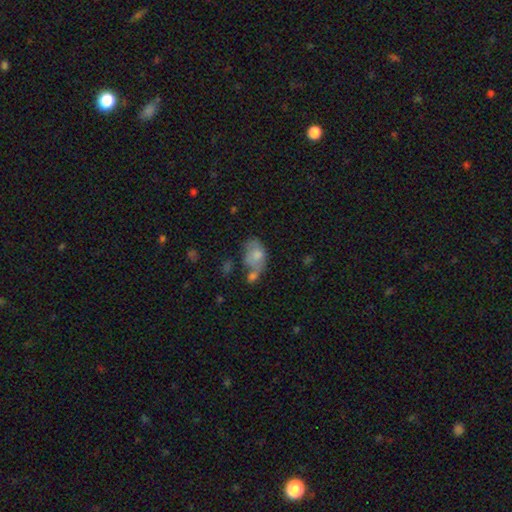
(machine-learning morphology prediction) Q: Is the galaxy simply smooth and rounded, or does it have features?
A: smooth — 68%.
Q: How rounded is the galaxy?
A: in between — 84%.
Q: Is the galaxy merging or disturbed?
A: merger — 32%.